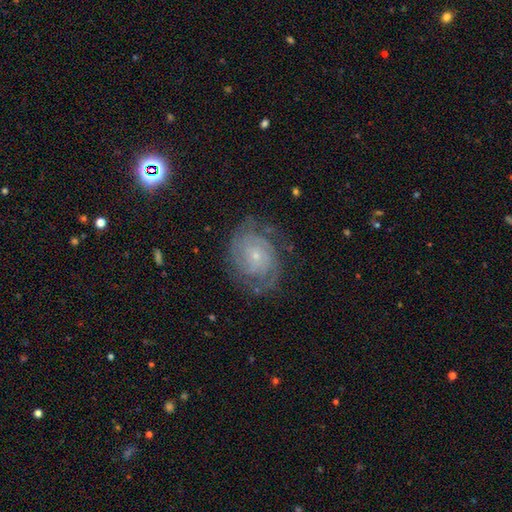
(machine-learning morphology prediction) This is likely a featured or disk galaxy (80%). It is clearly not viewed edge-on (97%). Bar: likely no (75%). Spiral arm pattern: clearly yes (94%). Spiral arm count: marginally 2 (36%). Spiral winding: likely tight (69%). Central bulge: likely small (80%). Merging: likely none (74%).